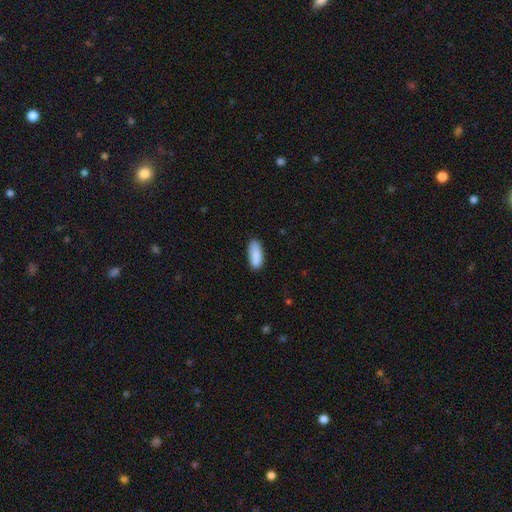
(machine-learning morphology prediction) smooth 89%, star or artifact 7%, featured or disk 5%. Down the decision tree: how rounded — in between (81%); merging — none (80%).